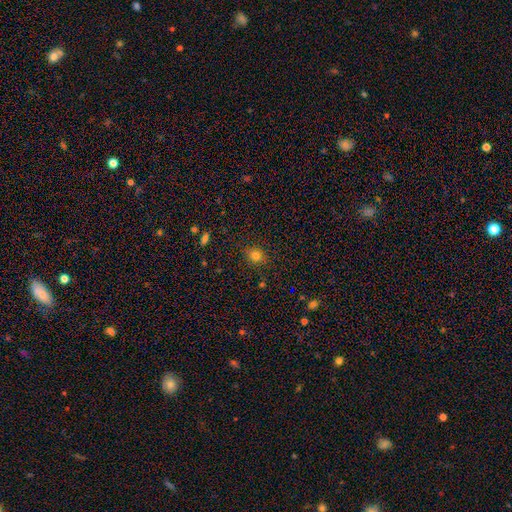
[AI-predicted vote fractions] Smooth or featured? smooth (80%)
How rounded? round (64%)
Merging? none (85%)